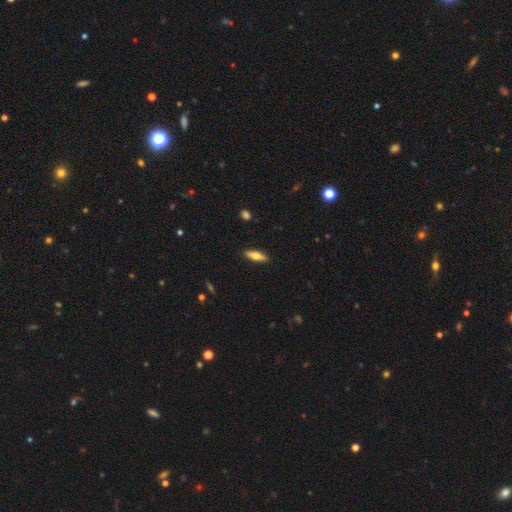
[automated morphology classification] Smooth or featured? Predicted: smooth (p=0.60). How rounded? Predicted: cigar-shaped (p=0.55). Merging? Predicted: none (p=0.90).